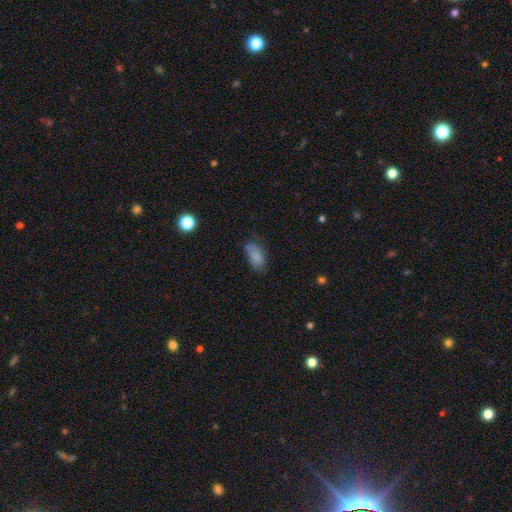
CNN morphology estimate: This is clearly a smooth galaxy (82%). How rounded: clearly in between (90%). Merging: likely none (60%).